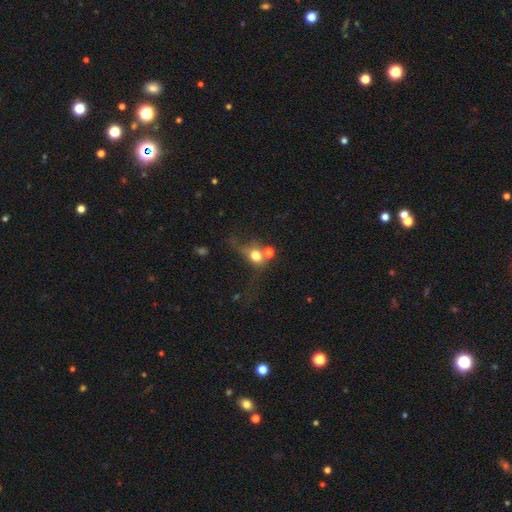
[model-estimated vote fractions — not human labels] A smooth galaxy with no disk features (67%) that is round (61%). Merging: none (31%, tied with merger).